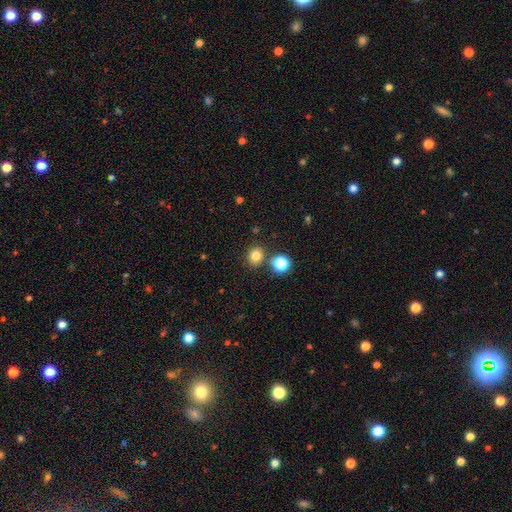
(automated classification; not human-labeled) Smooth or featured? Predicted: smooth (p=0.79). How rounded? Predicted: round (p=0.73). Merging? Predicted: none (p=0.77).